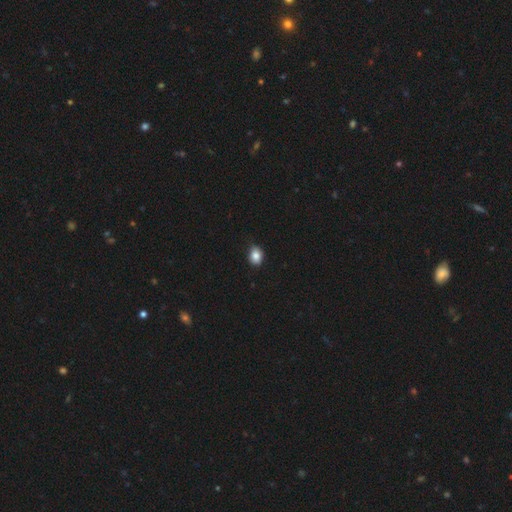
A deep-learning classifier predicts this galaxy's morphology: A smooth galaxy with no disk features (85%) that is in between round and cigar-shaped (64%). Merging: none (83%).